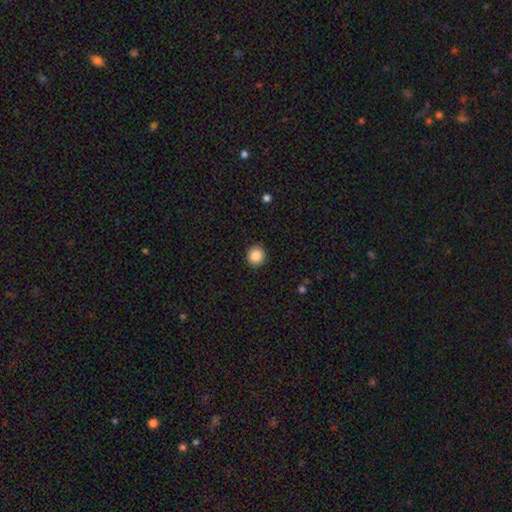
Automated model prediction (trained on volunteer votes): A smooth galaxy with no disk features (88%) that is round (91%). Merging: none (91%).